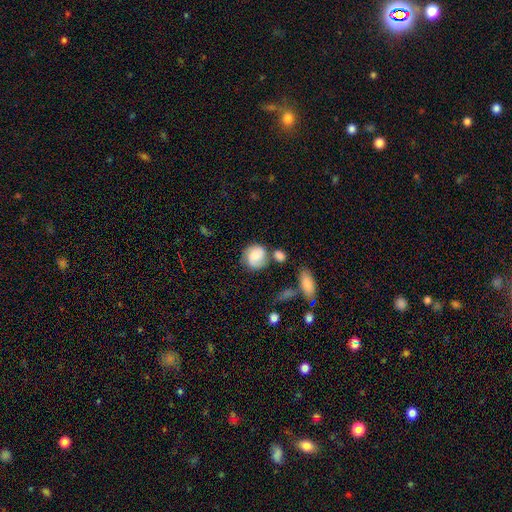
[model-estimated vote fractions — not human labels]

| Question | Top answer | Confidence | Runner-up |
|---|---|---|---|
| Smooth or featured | smooth | 61% | featured or disk (31%) |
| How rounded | round | 74% | in between (25%) |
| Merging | none | 52% | minor disturbance (22%) |